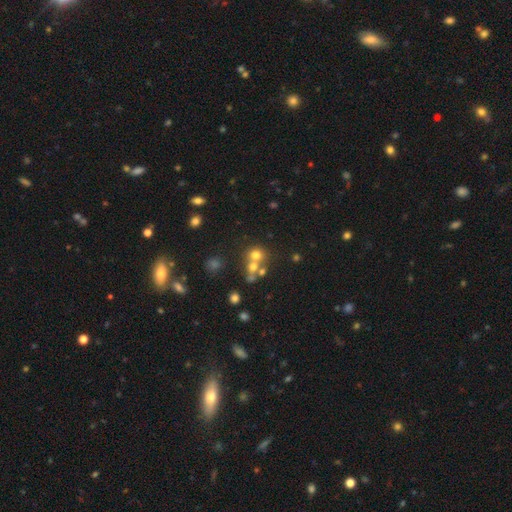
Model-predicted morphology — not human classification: Q: Smooth or featured?
A: smooth (65%); runner-up: star or artifact (18%)
Q: How rounded?
A: round (82%); runner-up: in between (17%)
Q: Merging?
A: merger (47%); runner-up: none (41%)